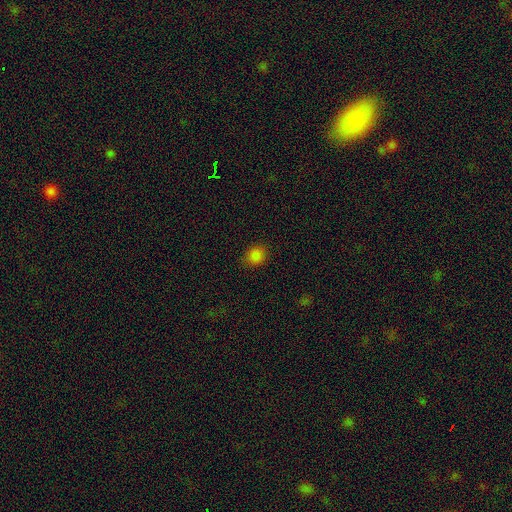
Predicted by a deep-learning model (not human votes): A smooth galaxy with no disk features (83%) that is round (66%).

Vote fractions:
- Smooth or featured? smooth: 83% / star or artifact: 14% / featured or disk: 3%
- How rounded? round: 66% / in between: 33% / cigar-shaped: 1%
- Merging? none: 85% / minor disturbance: 11% / major disturbance: 3% / merger: 1%